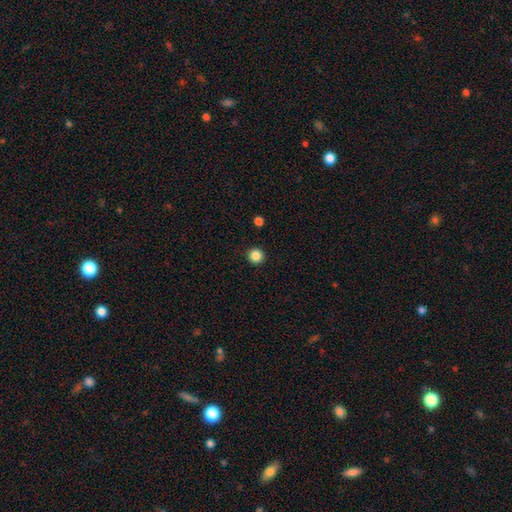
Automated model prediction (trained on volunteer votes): A smooth galaxy with no disk features (86%) that is round (96%).

Vote fractions:
- Smooth or featured? smooth: 86% / star or artifact: 11% / featured or disk: 3%
- How rounded? round: 96% / in between: 3% / cigar-shaped: 1%
- Merging? none: 93% / minor disturbance: 4% / major disturbance: 2% / merger: 1%